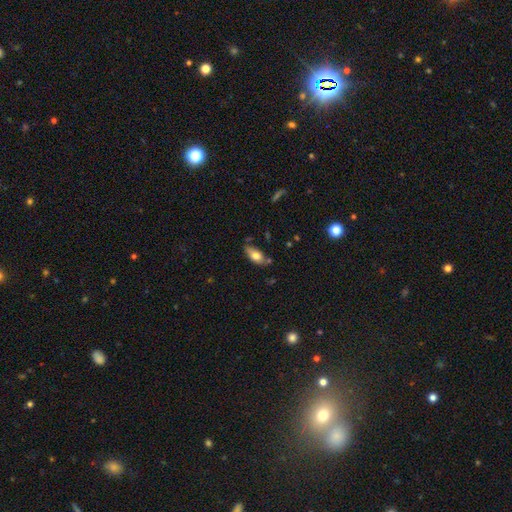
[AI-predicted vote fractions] The model was most divided on "merging": none: 69%, minor disturbance: 21%, merger: 6%, major disturbance: 4%. More confident: how rounded — in between (86%); smooth or featured — smooth (73%).